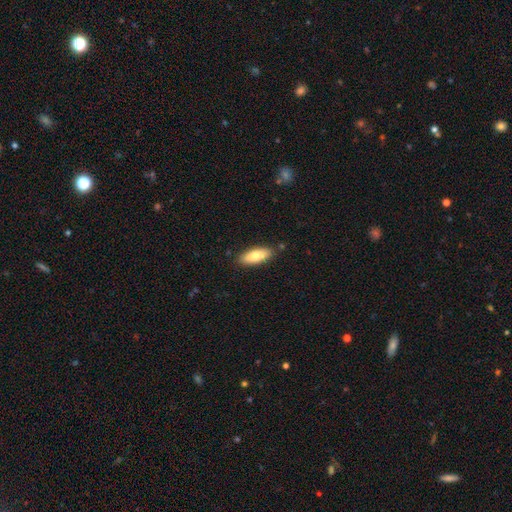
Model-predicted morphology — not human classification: This appears to be a smooth galaxy with no disk features (77%) that is in between round and cigar-shaped (73%). Merging: none (86%).